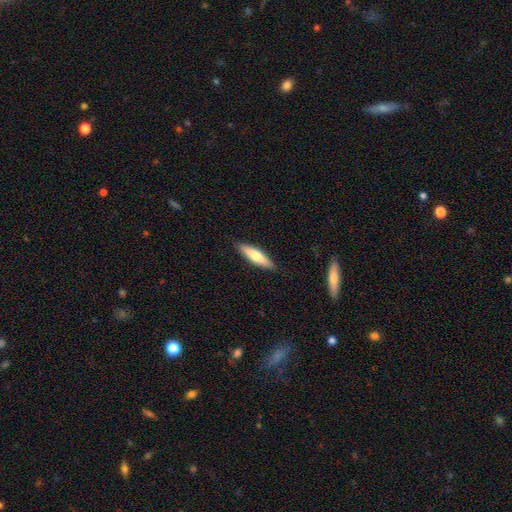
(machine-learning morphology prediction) Smooth or featured: smooth — 64% (featured or disk — 31%)
How rounded: cigar-shaped — 67% (in between — 31%)
Merging: none — 89% (minor disturbance — 8%)